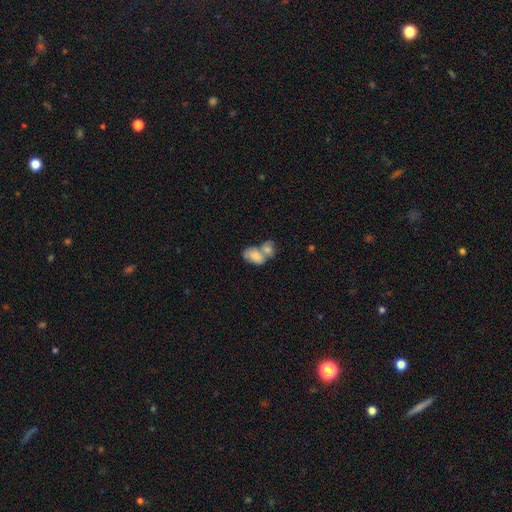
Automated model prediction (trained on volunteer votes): Q: Smooth or featured?
A: smooth (72%); runner-up: featured or disk (21%)
Q: How rounded?
A: in between (88%); runner-up: round (10%)
Q: Merging?
A: merger (69%); runner-up: none (17%)